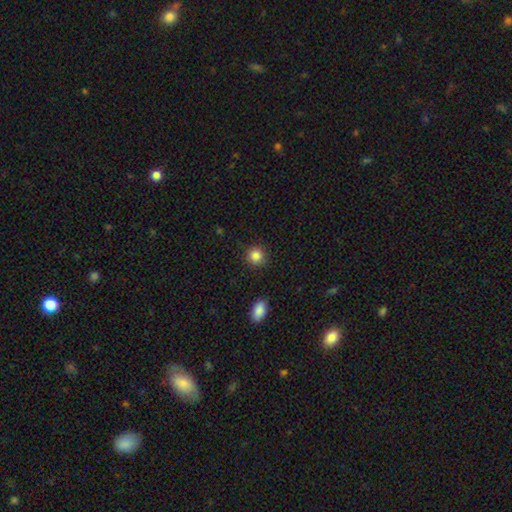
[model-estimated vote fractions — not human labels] Smooth or featured? smooth (86%)
How rounded? round (89%)
Merging? none (90%)